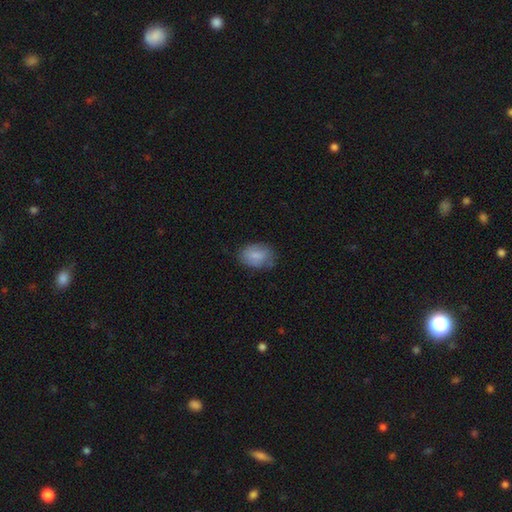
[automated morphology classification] Smooth or featured: smooth — 81% (featured or disk — 12%)
How rounded: in between — 80% (round — 19%)
Merging: none — 69% (minor disturbance — 23%)